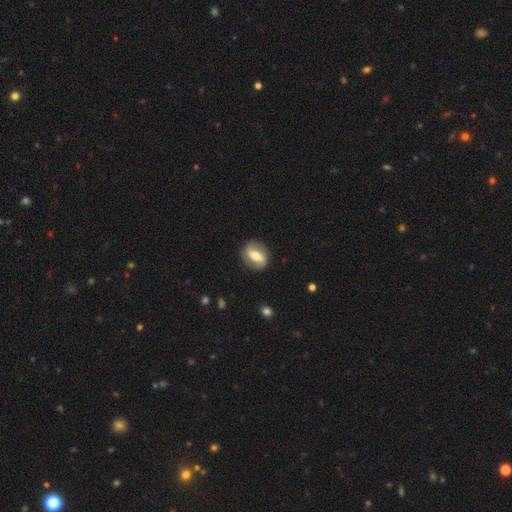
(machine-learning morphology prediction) Q: Smooth or featured?
A: featured or disk (56%); runner-up: smooth (38%)
Q: Edge-on disk?
A: no (93%); runner-up: yes (7%)
Q: Bar?
A: strong (48%); runner-up: weak (32%)
Q: Spiral arms?
A: yes (73%); runner-up: no (27%)
Q: Bulge size?
A: moderate (57%); runner-up: small (23%)
Q: Merging?
A: none (82%); runner-up: minor disturbance (12%)